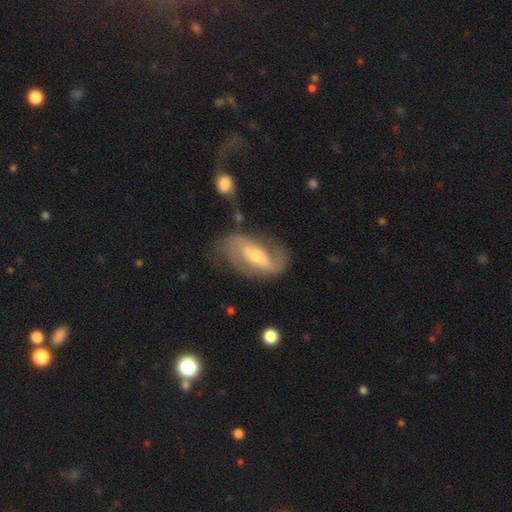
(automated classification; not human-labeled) smooth_or_featured: featured or disk (p=0.84) [alt: smooth p=0.11]
disk_edge_on: no (p=0.95) [alt: yes p=0.05]
bar: strong (p=0.40) [alt: weak p=0.37]
has_spiral_arms: yes (p=0.93) [alt: no p=0.07]
spiral_winding: medium (p=0.45) [alt: loose p=0.34]
spiral_arm_count: 2 (p=0.86) [alt: can't tell p=0.06]
bulge_size: moderate (p=0.51) [alt: small p=0.41]
merging: none (p=0.65) [alt: minor disturbance p=0.19]